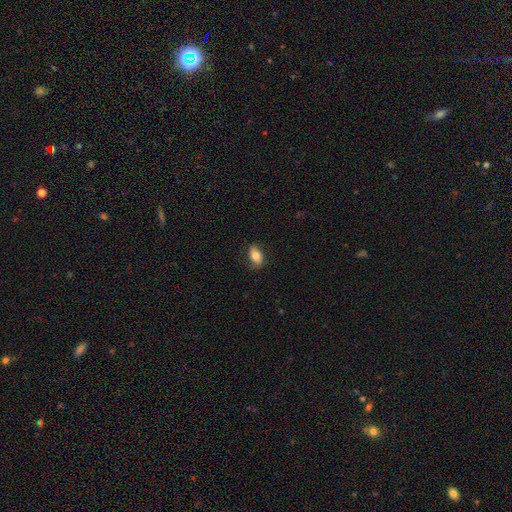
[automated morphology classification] Q: Smooth or featured?
A: smooth (74%); runner-up: featured or disk (19%)
Q: How rounded?
A: in between (88%); runner-up: round (9%)
Q: Merging?
A: none (77%); runner-up: minor disturbance (17%)